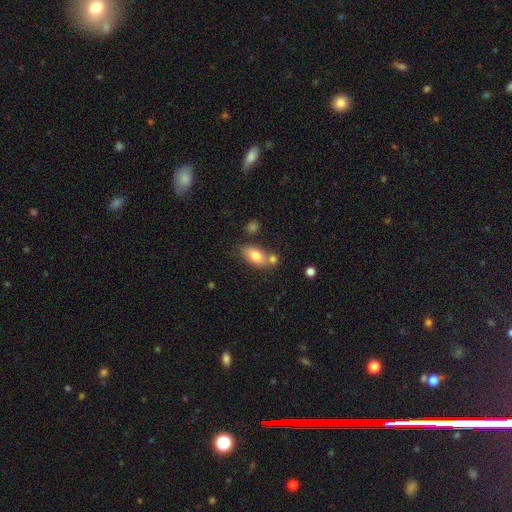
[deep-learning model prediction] smooth_or_featured: smooth (p=0.77) [alt: featured or disk p=0.15]
how_rounded: in between (p=0.87) [alt: round p=0.08]
merging: none (p=0.55) [alt: merger p=0.26]